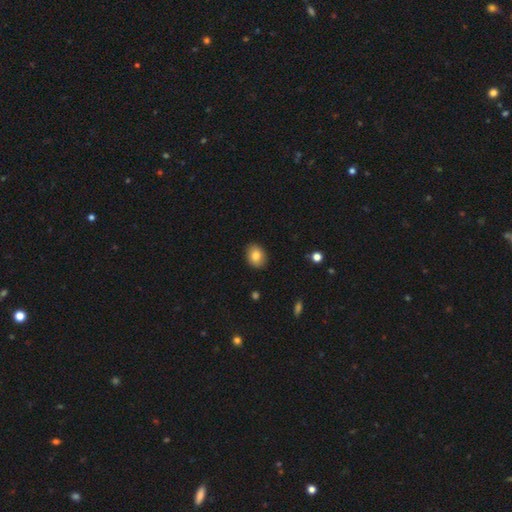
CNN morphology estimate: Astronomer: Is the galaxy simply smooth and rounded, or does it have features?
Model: smooth — 84%.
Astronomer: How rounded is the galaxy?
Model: in between — 57% (runner-up: round, 42%).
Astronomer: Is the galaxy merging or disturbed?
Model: none — 89%.